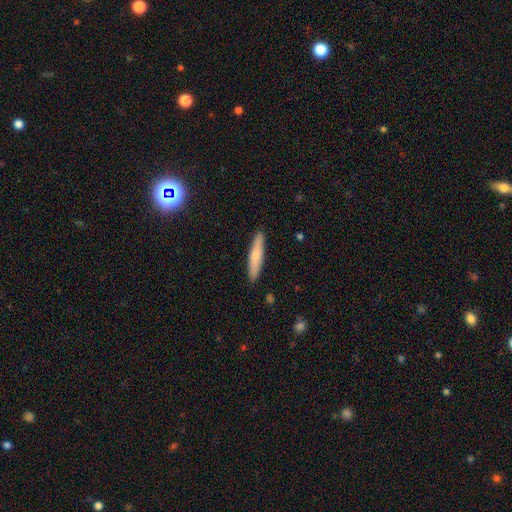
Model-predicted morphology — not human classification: This is likely a smooth galaxy (68%). How rounded: clearly cigar-shaped (89%). Merging: clearly none (90%).